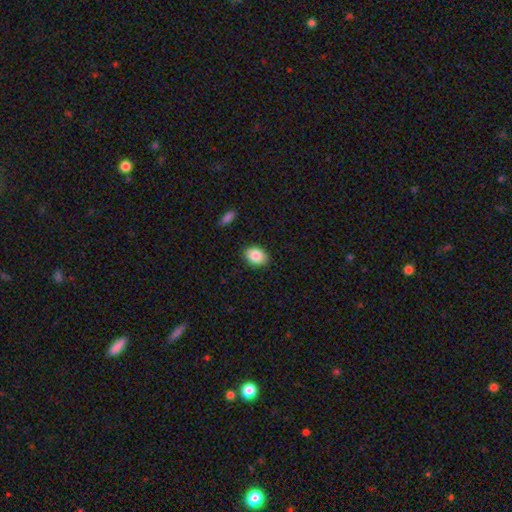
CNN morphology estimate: The model was most divided on "how rounded": in between: 74%, round: 25%, cigar-shaped: 1%. More confident: merging — none (87%); smooth or featured — smooth (86%).